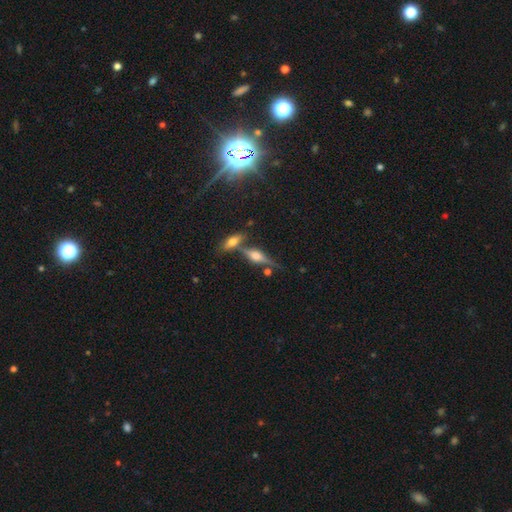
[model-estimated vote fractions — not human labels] Smooth or featured?
  - featured or disk: 72% *
  - smooth: 18%
  - star or artifact: 10%
Edge-on disk?
  - yes: 95% *
  - no: 5%
Edge-on bulge?
  - rounded: 90% *
  - boxy: 7%
  - none: 2%
Merging?
  - none: 69% *
  - merger: 17%
  - minor disturbance: 11%
  - major disturbance: 4%